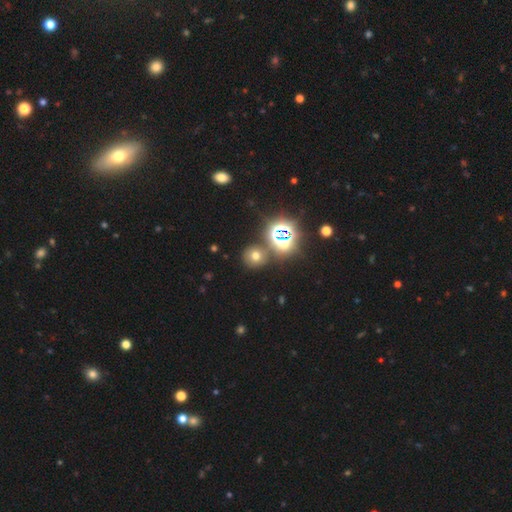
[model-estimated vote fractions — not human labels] smooth-or-featured: smooth: 55% | star or artifact: 34% | featured or disk: 11%
  how-rounded: round: 87% | in between: 12% | cigar-shaped: 1%
  merging: none: 78% | merger: 10% | minor disturbance: 9% | major disturbance: 4%